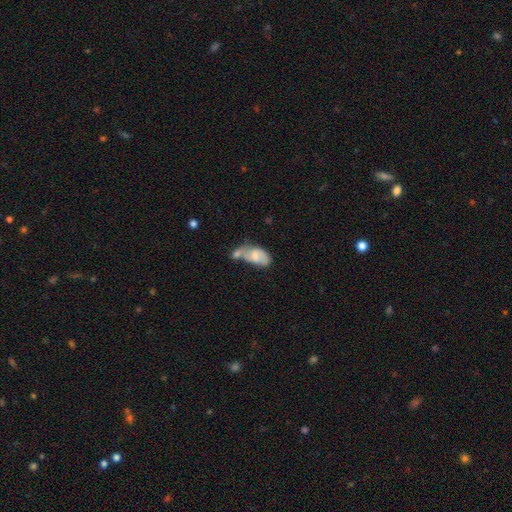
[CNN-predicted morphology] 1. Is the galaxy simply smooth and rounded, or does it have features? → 58% smooth, 35% featured or disk, 8% star or artifact.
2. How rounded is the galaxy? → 91% in between, 5% round, 4% cigar-shaped.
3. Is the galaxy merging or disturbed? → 49% merger, 20% none, 19% minor disturbance, 12% major disturbance.